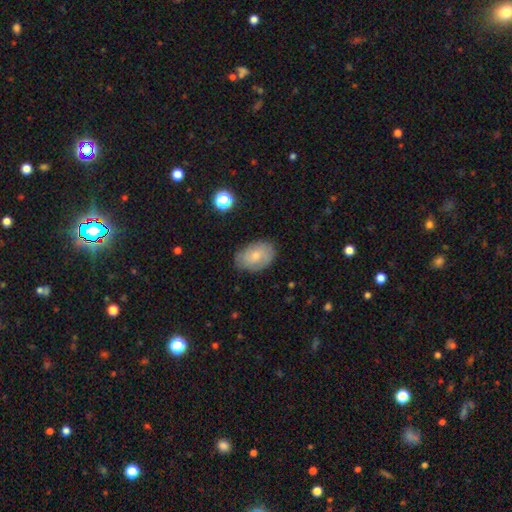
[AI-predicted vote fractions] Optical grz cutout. It shows a smooth galaxy with no disk features (65%) that is in between round and cigar-shaped (85%). Merging: none (78%).